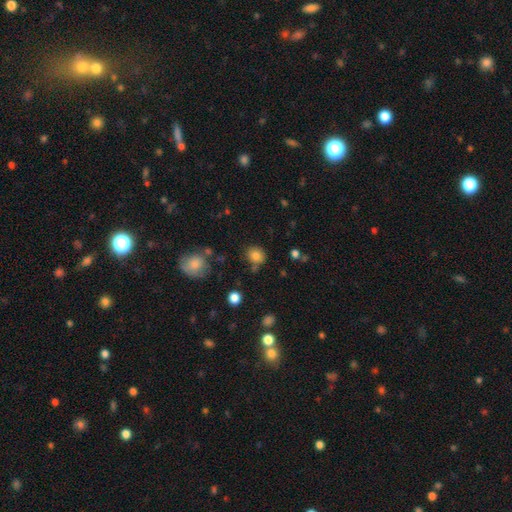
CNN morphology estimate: This appears to be a smooth galaxy with no disk features (81%) that is round (79%). Merging: none (77%).